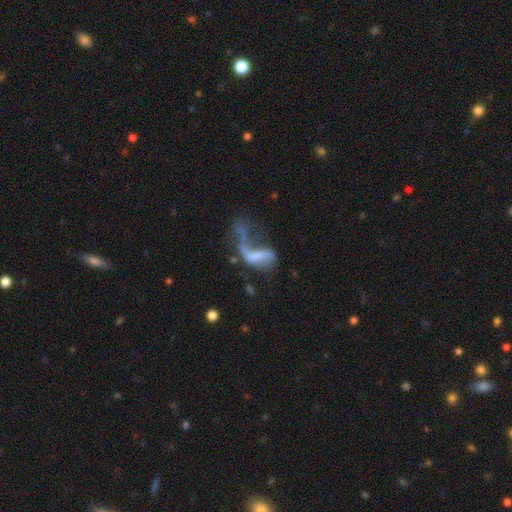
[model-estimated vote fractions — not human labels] Morphology: type=featured or disk (55%); edge-on=no (94%); bar=no (53%); spiral arms=no (52%); bulge=none (61%); merging=major disturbance (55%).